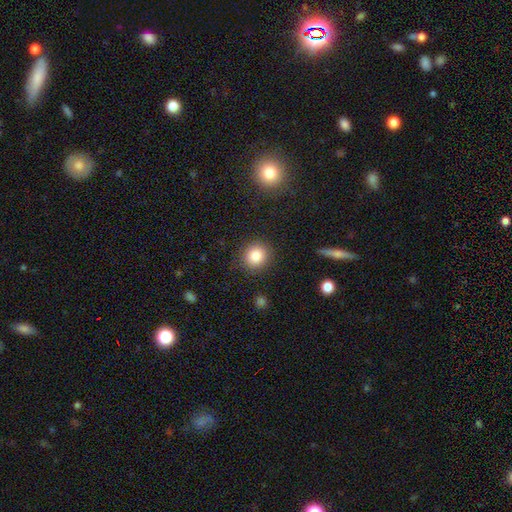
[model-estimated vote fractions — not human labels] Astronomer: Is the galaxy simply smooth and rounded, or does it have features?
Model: smooth — 85%.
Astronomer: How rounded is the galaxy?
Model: round — 87%.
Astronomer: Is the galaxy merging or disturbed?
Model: none — 87%.